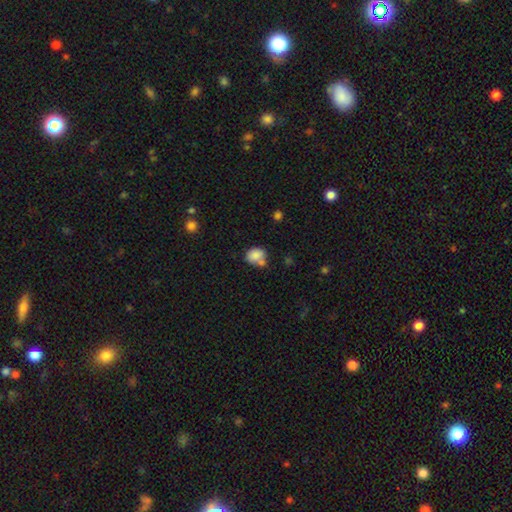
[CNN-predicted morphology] type=smooth (83%); roundness=round (50%); merging=none (48%).